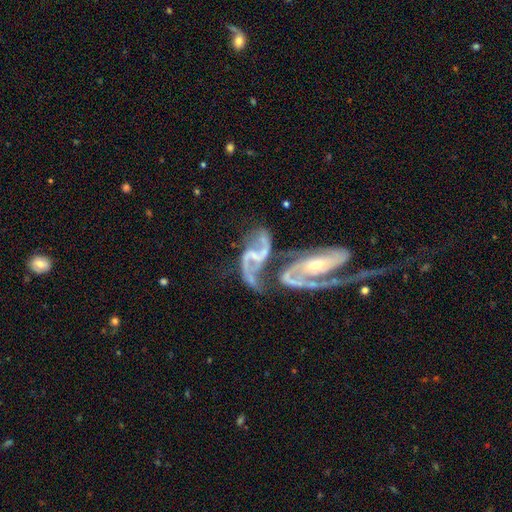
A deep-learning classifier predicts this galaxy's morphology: featured or disk 87%, smooth 7%, star or artifact 6%. Down the decision tree: edge-on disk — no (96%); bar — weak (43%); spiral arms — yes (93%); spiral arm count — 2 (88%); spiral winding — loose (54%); bulge size — small (48%); merging — merger (52%).